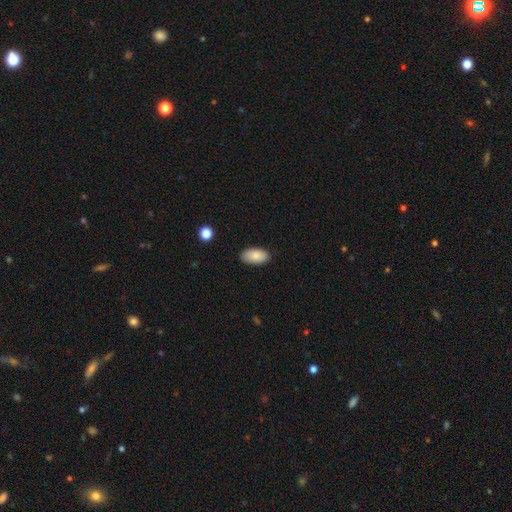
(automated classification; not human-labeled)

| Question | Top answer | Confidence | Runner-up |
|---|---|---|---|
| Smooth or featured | smooth | 86% | star or artifact (7%) |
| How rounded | in between | 95% | round (3%) |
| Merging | none | 86% | minor disturbance (10%) |